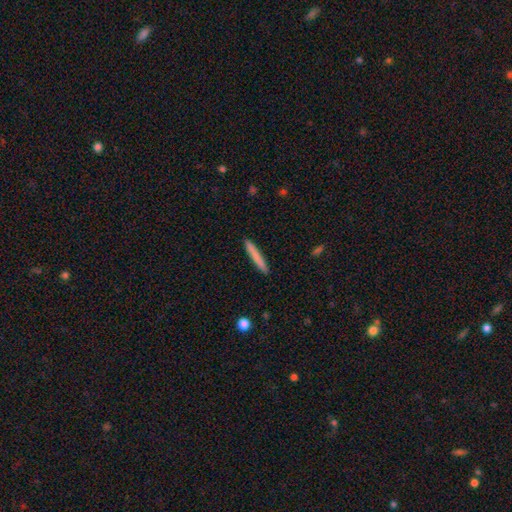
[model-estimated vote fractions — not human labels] Smooth or featured? smooth (76%)
How rounded? cigar-shaped (96%)
Merging? none (91%)